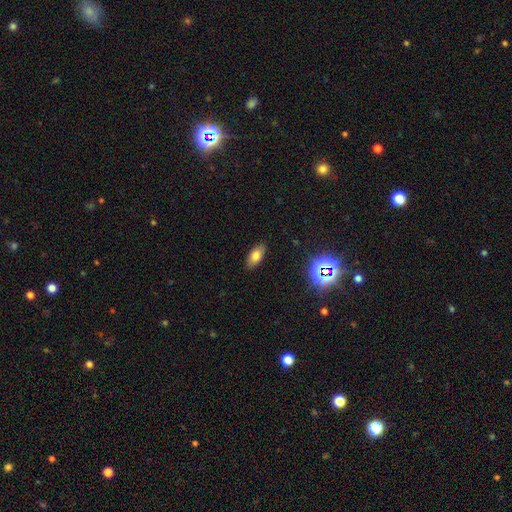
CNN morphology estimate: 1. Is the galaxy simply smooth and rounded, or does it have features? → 76% smooth, 13% star or artifact, 12% featured or disk.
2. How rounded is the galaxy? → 89% in between, 7% cigar-shaped, 4% round.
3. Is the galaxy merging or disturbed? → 87% none, 9% minor disturbance, 2% major disturbance, 1% merger.